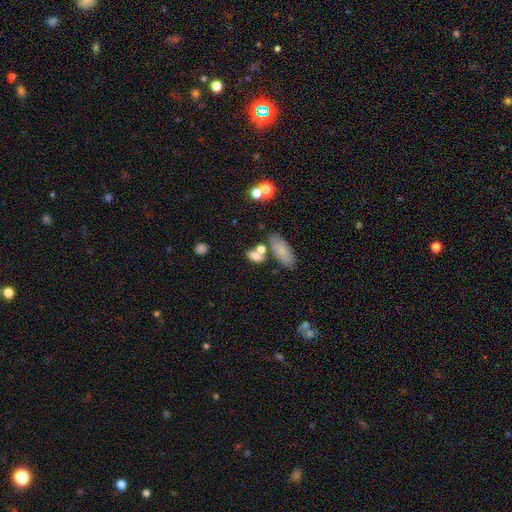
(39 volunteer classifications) Smooth or featured?
  - smooth: 79% *
  - featured or disk: 15%
  - star or artifact: 5%
How rounded?
  - in between: 74% *
  - round: 16%
  - cigar-shaped: 10%
Merging?
  - none: 62% *
  - merger: 22%
  - minor disturbance: 14%
  - major disturbance: 3%